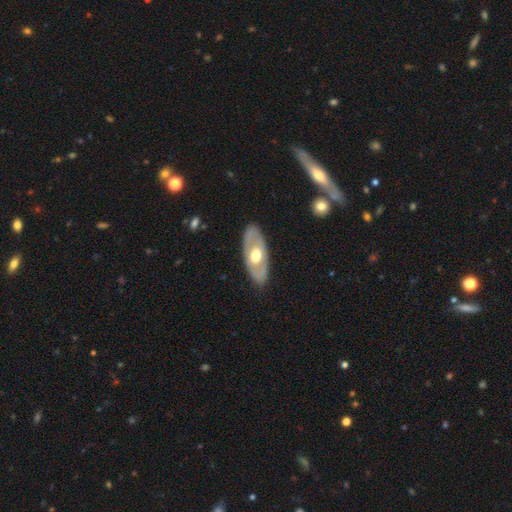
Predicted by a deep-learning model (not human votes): This is possibly a featured or disk galaxy (56%). It is clearly not viewed edge-on (81%). Merging: clearly none (84%).